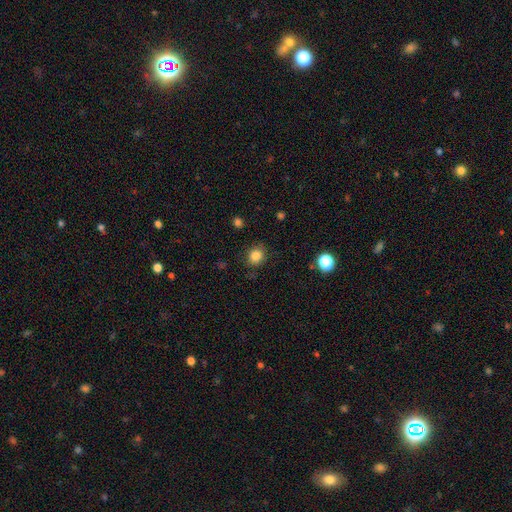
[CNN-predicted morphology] Overall: smooth (84%). How rounded: round (79%). Merging: none (84%).